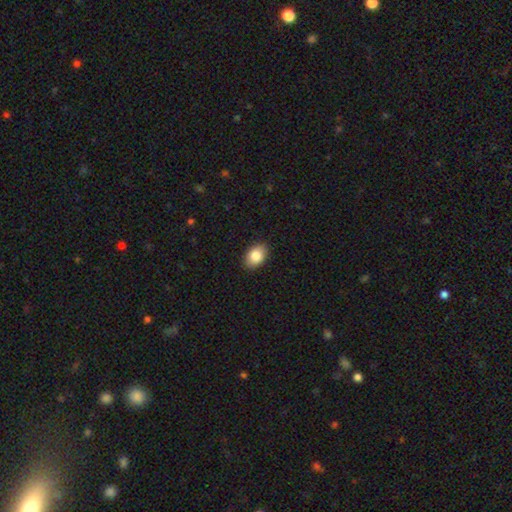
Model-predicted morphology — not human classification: This appears to be a smooth galaxy with no disk features (86%) that is in between round and cigar-shaped (85%). Merging: none (89%).